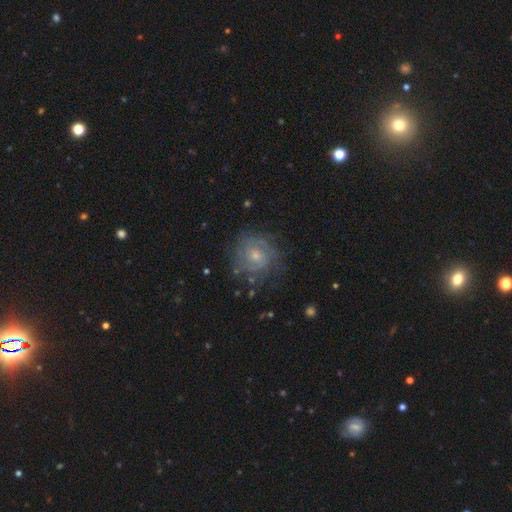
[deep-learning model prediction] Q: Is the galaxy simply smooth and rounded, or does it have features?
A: featured or disk — 78%.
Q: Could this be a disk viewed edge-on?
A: no — 98%.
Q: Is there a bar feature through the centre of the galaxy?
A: no — 68%.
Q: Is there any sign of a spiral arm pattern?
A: yes — 92%.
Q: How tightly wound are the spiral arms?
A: tight — 65%.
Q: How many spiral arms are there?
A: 2 — 36%.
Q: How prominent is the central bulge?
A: small — 63%.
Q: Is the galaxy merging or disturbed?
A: none — 73%.